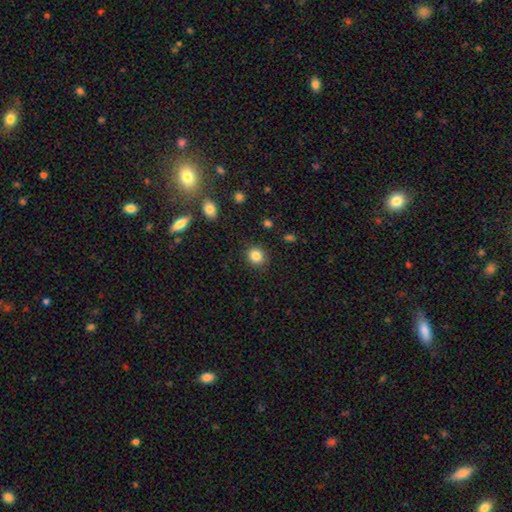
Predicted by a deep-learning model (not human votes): A smooth galaxy with no disk features (85%) that is round (81%).

Vote fractions:
- Smooth or featured? smooth: 85% / star or artifact: 10% / featured or disk: 5%
- How rounded? round: 81% / in between: 18% / cigar-shaped: 1%
- Merging? none: 89% / minor disturbance: 7% / major disturbance: 2% / merger: 1%